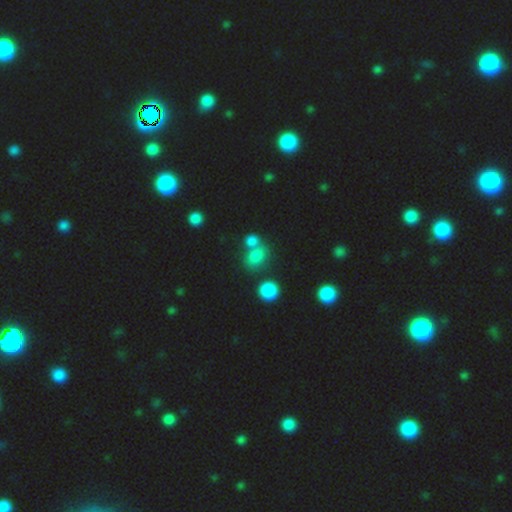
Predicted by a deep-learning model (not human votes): Smooth or featured? smooth (74%)
How rounded? round (50%)
Merging? none (44%)